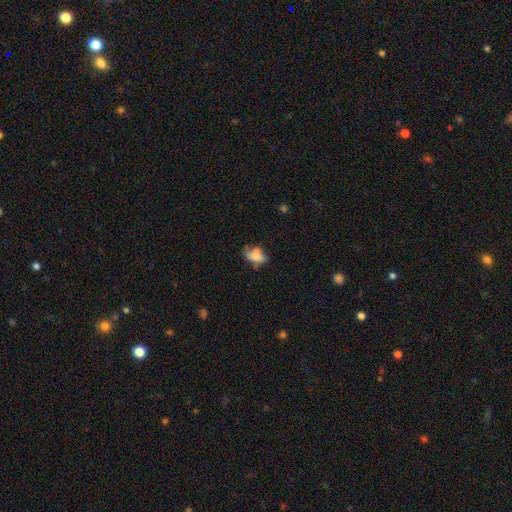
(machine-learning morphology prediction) Smooth or featured: smooth — 69% (featured or disk — 20%)
How rounded: in between — 83% (round — 12%)
Merging: none — 45% (minor disturbance — 29%)